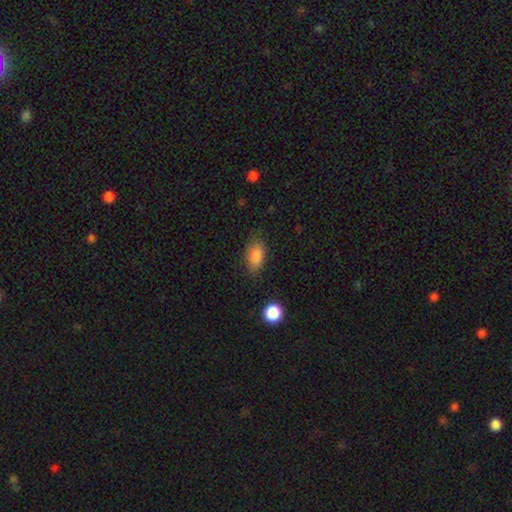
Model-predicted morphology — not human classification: A smooth galaxy with no disk features (86%) that is in between round and cigar-shaped (87%).

Vote fractions:
- Smooth or featured? smooth: 86% / star or artifact: 9% / featured or disk: 5%
- How rounded? in between: 87% / round: 8% / cigar-shaped: 5%
- Merging? none: 78% / minor disturbance: 16% / major disturbance: 4% / merger: 2%